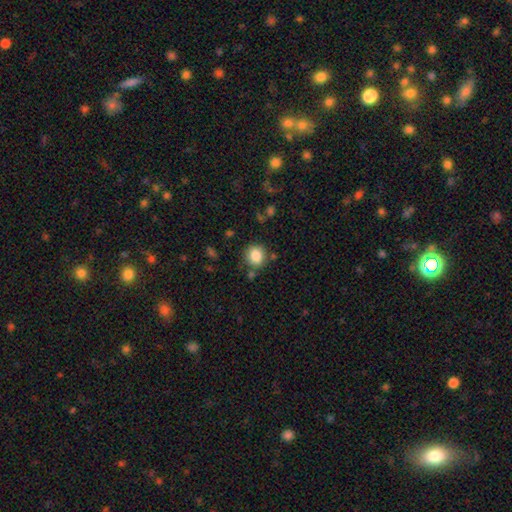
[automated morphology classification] A smooth galaxy with no disk features (85%) that is round (83%).

Vote fractions:
- Smooth or featured? smooth: 85% / star or artifact: 9% / featured or disk: 5%
- How rounded? round: 83% / in between: 16% / cigar-shaped: 1%
- Merging? none: 80% / minor disturbance: 11% / merger: 6% / major disturbance: 4%